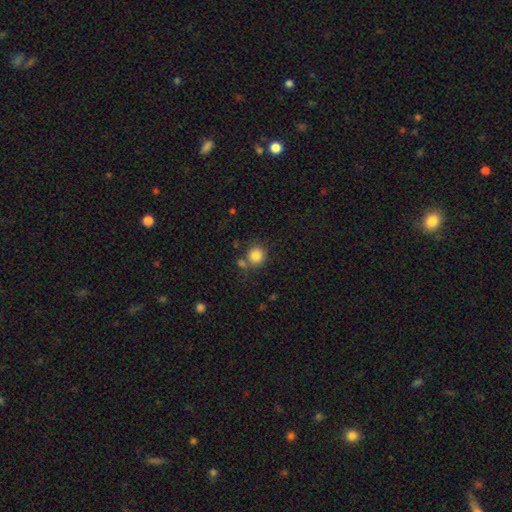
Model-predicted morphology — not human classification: smooth 85%, star or artifact 10%, featured or disk 5%. Down the decision tree: how rounded — round (88%); merging — none (67%).